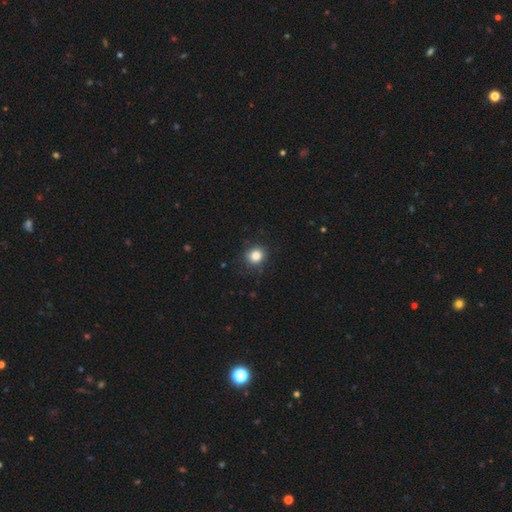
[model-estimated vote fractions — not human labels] Morphology: type=smooth (85%); roundness=round (82%); merging=none (85%).